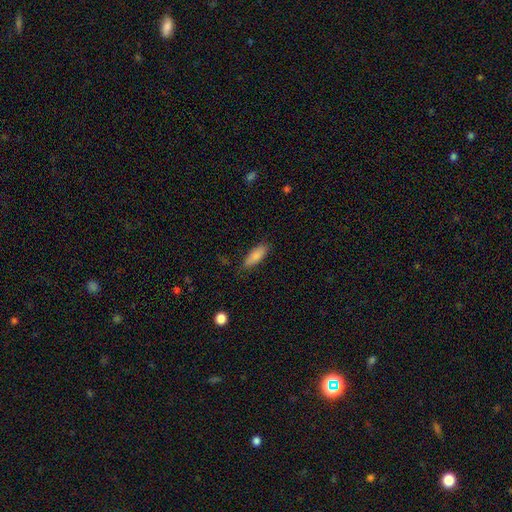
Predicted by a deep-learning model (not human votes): The model was most divided on "how rounded": in between: 65%, cigar-shaped: 33%, round: 2%. More confident: smooth or featured — smooth (85%); merging — none (79%).